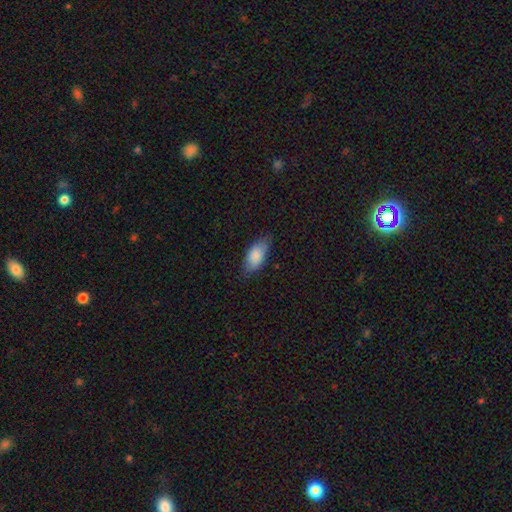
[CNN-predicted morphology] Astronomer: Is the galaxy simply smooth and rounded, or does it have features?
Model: smooth — 86%.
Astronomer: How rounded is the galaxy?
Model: in between — 90%.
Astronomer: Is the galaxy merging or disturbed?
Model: none — 73%.